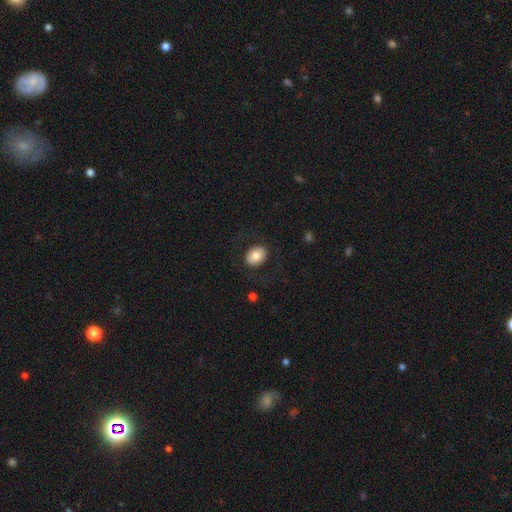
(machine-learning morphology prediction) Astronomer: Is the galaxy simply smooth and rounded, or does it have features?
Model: smooth — 75%.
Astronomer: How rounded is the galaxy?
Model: in between — 56% (runner-up: round, 43%).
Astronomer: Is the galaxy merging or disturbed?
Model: none — 83%.